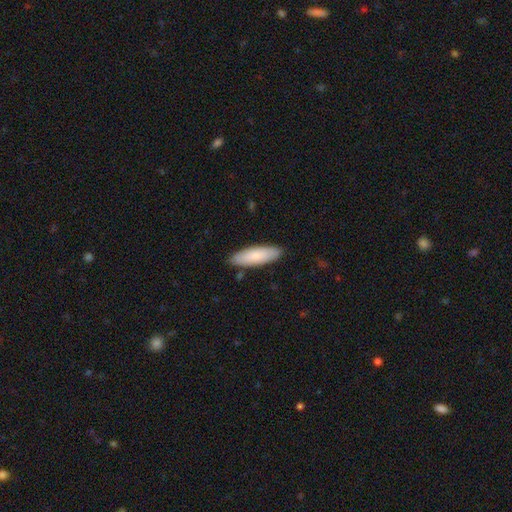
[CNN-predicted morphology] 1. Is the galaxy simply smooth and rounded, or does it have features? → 83% smooth, 12% featured or disk, 5% star or artifact.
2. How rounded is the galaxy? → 52% in between, 47% cigar-shaped, 1% round.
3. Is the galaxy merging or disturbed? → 86% none, 10% minor disturbance, 2% major disturbance, 2% merger.